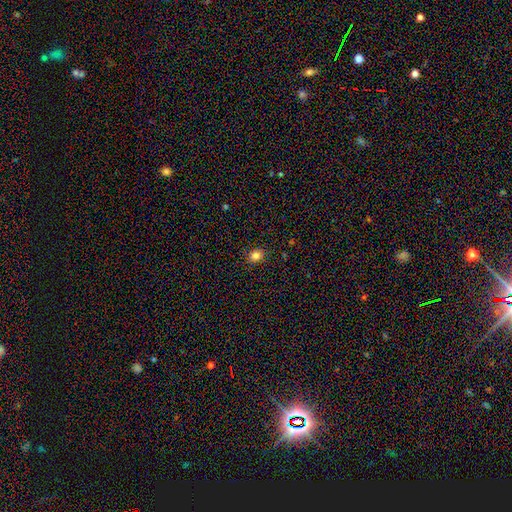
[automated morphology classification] Overall: smooth (83%). How rounded: round (62%; in between 37%). Merging: none (88%).